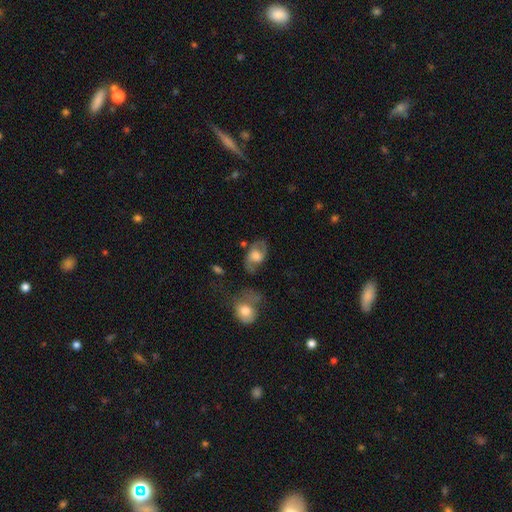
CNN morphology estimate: smooth-or-featured: featured or disk: 52% | smooth: 40% | star or artifact: 7%
  disk-edge-on: no: 93% | yes: 7%
  merging: none: 63% | minor disturbance: 21% | major disturbance: 11% | merger: 6%